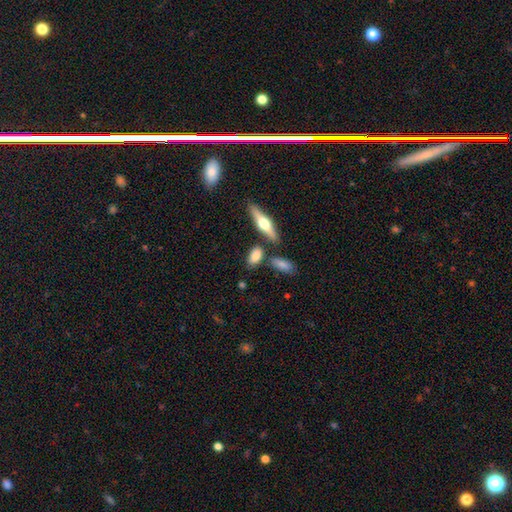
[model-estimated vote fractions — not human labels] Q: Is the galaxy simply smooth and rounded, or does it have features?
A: smooth — 74%.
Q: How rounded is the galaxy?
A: in between — 78%.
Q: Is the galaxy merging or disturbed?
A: none — 71%.